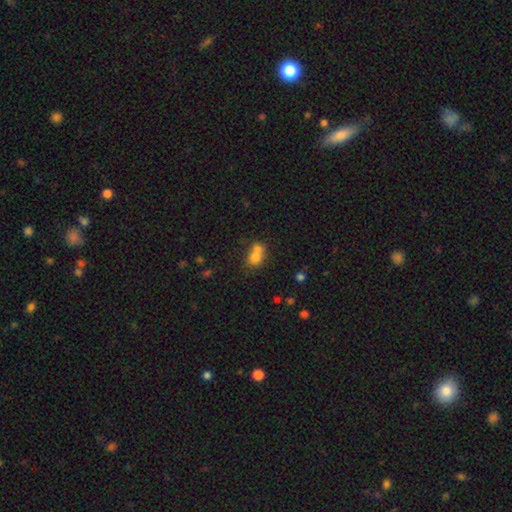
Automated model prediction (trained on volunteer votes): This is likely a smooth galaxy (72%). How rounded: likely round (64%). Merging: likely merger (66%).